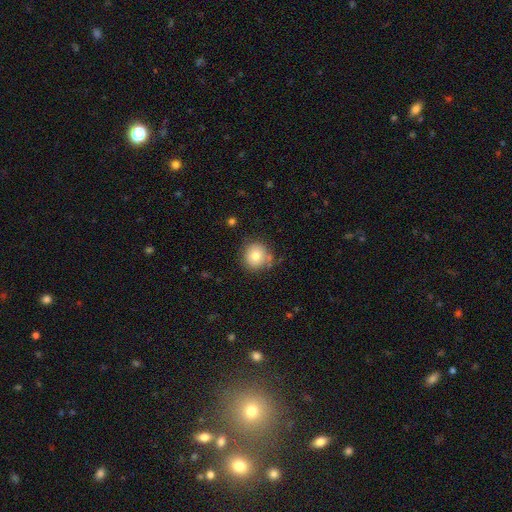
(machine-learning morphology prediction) smooth_or_featured: smooth (p=0.78) [alt: featured or disk p=0.12]
how_rounded: round (p=0.91) [alt: in between p=0.08]
merging: none (p=0.77) [alt: minor disturbance p=0.14]